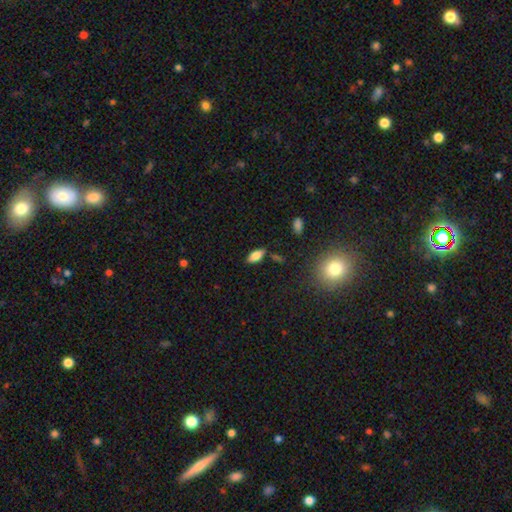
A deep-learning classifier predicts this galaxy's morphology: smooth-or-featured: smooth: 76% | featured or disk: 15% | star or artifact: 9%
  how-rounded: in between: 84% | cigar-shaped: 13% | round: 3%
  merging: none: 79% | minor disturbance: 13% | merger: 4% | major disturbance: 3%